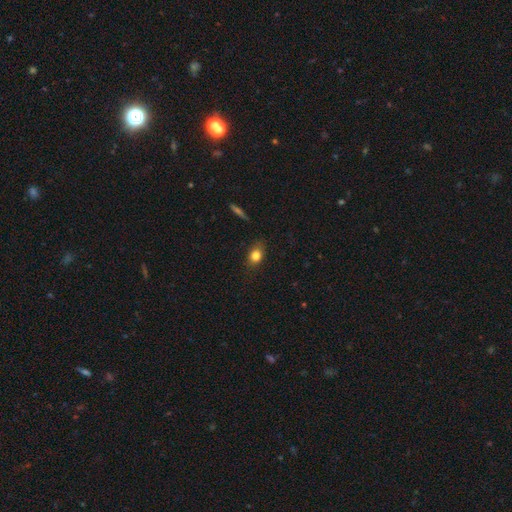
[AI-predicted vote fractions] This appears to be a smooth galaxy with no disk features (80%) that is in between round and cigar-shaped (60%). Merging: none (80%).